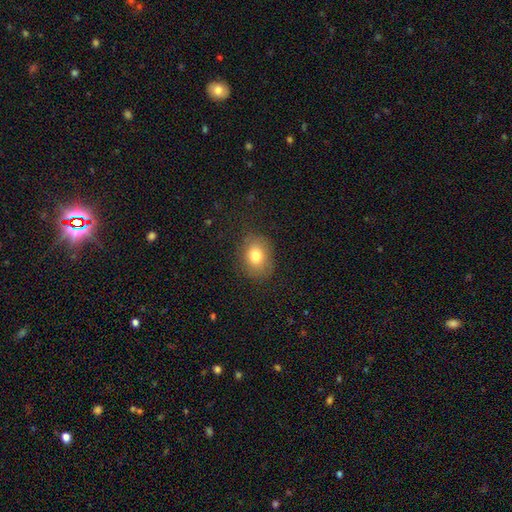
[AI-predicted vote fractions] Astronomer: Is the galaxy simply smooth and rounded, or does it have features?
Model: smooth — 79%.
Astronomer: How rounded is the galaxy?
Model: in between — 57% (runner-up: round, 42%).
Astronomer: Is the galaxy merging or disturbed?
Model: none — 78%.